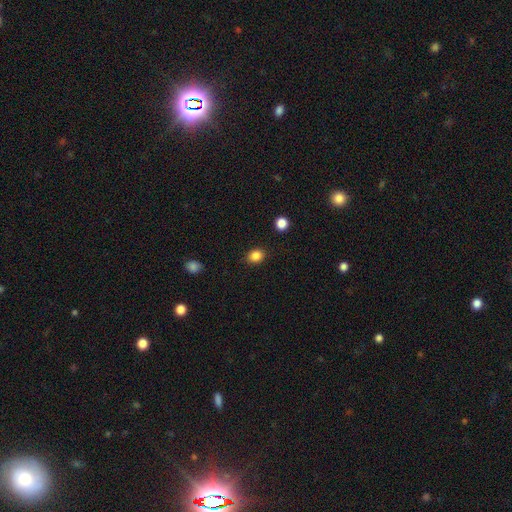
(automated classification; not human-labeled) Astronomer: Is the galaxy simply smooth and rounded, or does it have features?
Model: smooth — 86%.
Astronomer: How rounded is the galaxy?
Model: round — 54% (runner-up: in between, 45%).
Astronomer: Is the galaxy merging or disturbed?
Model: none — 87%.